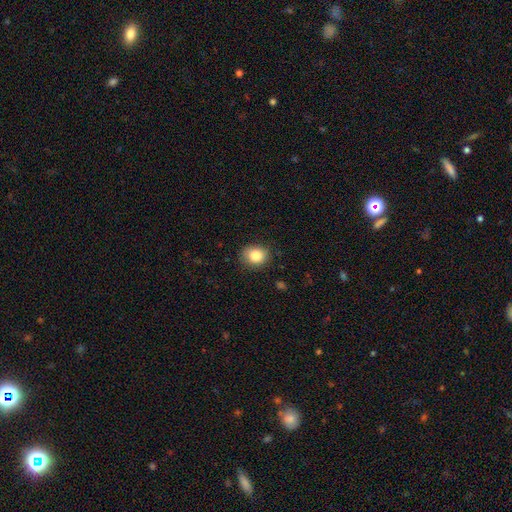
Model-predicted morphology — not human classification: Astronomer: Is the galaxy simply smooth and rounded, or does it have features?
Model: smooth — 84%.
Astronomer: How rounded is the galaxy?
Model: round — 63%.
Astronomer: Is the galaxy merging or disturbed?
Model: none — 82%.